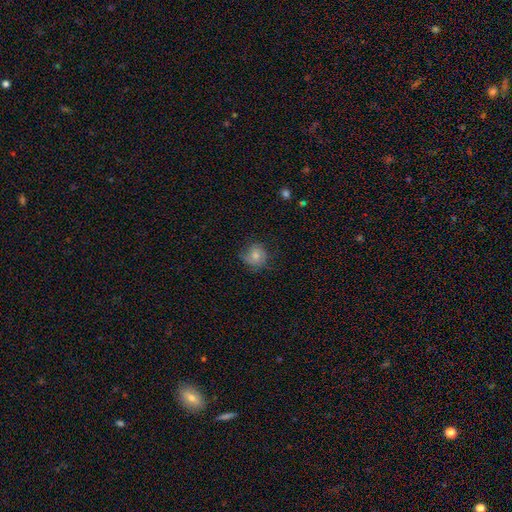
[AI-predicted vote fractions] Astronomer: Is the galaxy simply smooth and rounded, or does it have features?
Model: smooth — 62%.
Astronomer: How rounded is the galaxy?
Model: round — 81%.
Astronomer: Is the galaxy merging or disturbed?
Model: none — 64%.